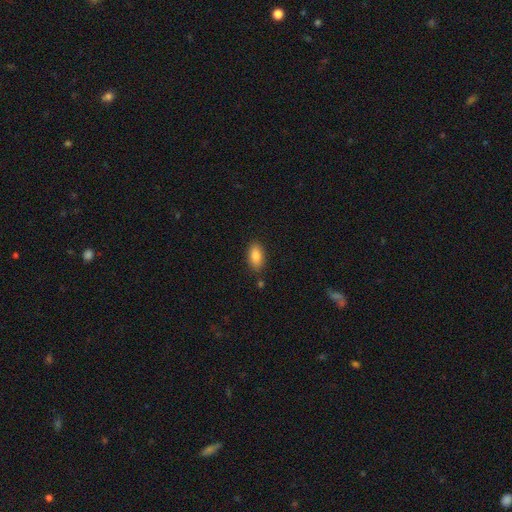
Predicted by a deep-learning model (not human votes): A smooth galaxy with no disk features (85%) that is in between round and cigar-shaped (91%). Merging: none (85%).